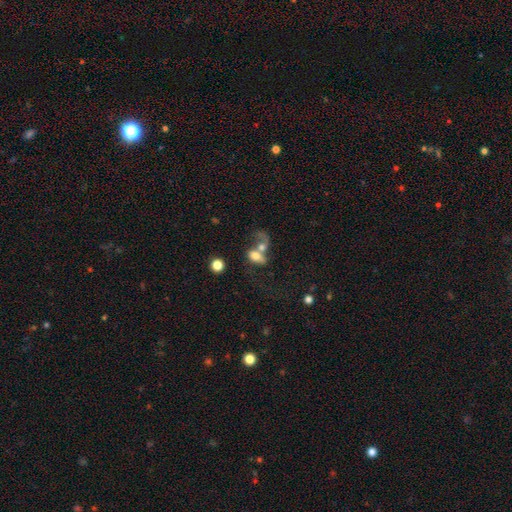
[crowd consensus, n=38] Q: Smooth or featured?
A: smooth (79%); runner-up: featured or disk (16%)
Q: How rounded?
A: in between (87%); runner-up: round (10%)
Q: Merging?
A: merger (72%); runner-up: none (14%)